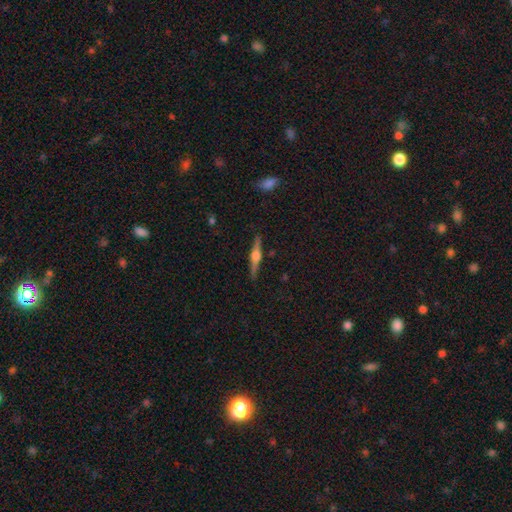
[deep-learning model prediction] Smooth or featured? featured or disk (78%)
Edge-on disk? yes (98%)
Edge-on bulge? rounded (91%)
Merging? none (90%)